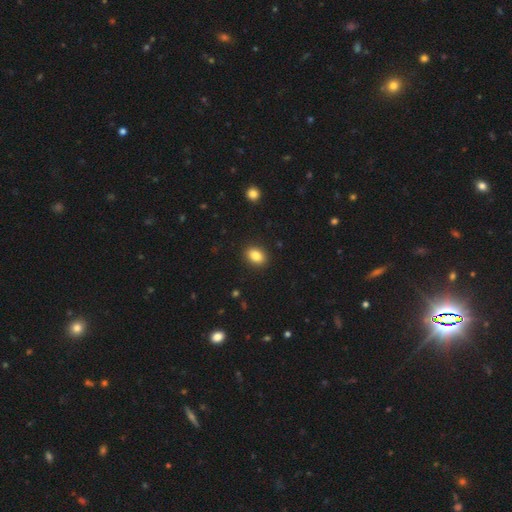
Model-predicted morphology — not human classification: Overall: smooth (85%). How rounded: in between (73%). Merging: none (90%).